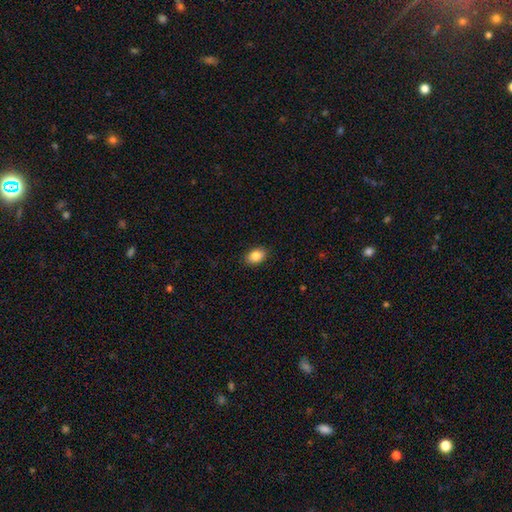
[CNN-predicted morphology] smooth_or_featured: smooth (p=0.86) [alt: star or artifact p=0.08]
how_rounded: in between (p=0.84) [alt: round p=0.15]
merging: none (p=0.89) [alt: minor disturbance p=0.08]